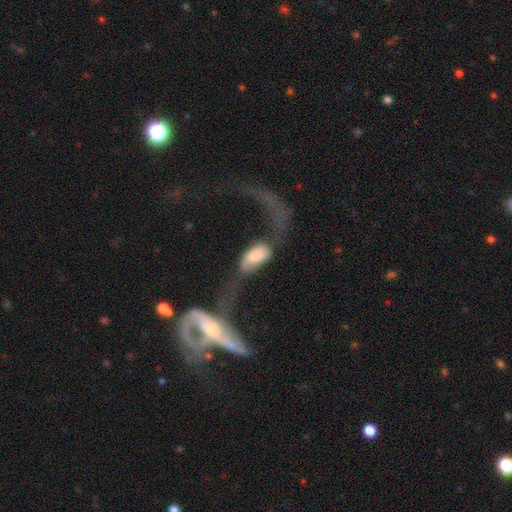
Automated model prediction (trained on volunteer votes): A smooth galaxy with no disk features (68%) that is in between round and cigar-shaped (92%).

Vote fractions:
- Smooth or featured? smooth: 68% / featured or disk: 25% / star or artifact: 7%
- How rounded? in between: 92% / cigar-shaped: 4% / round: 3%
- Merging? major disturbance: 49% / merger: 24% / none: 15% / minor disturbance: 12%